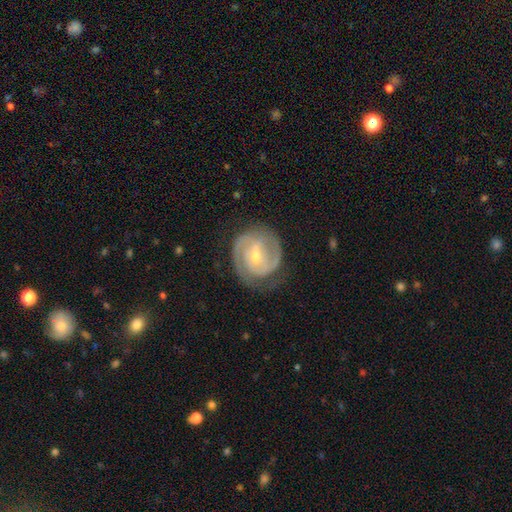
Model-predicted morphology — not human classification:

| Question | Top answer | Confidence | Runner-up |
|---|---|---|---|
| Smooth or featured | featured or disk | 87% | smooth (8%) |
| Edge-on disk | no | 98% | yes (2%) |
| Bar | weak | 50% | strong (28%) |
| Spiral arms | yes | 96% | no (4%) |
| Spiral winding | tight | 65% | medium (30%) |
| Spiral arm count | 2 | 77% | can't tell (9%) |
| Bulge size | small | 55% | moderate (42%) |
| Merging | none | 77% | minor disturbance (16%) |